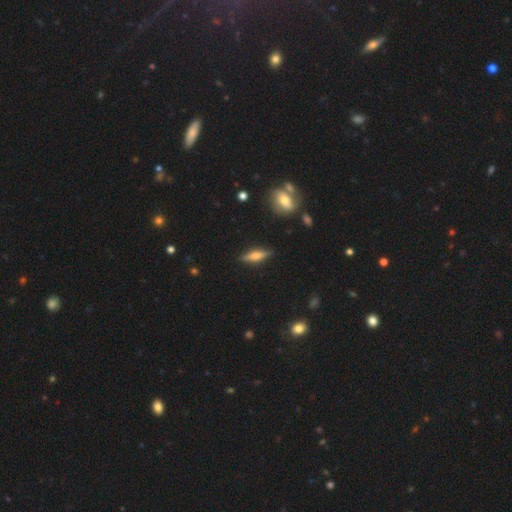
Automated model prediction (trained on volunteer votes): Smooth or featured?
  - featured or disk: 51% *
  - smooth: 42%
  - star or artifact: 7%
Edge-on disk?
  - yes: 93% *
  - no: 7%
Merging?
  - none: 87% *
  - minor disturbance: 9%
  - major disturbance: 2%
  - merger: 2%